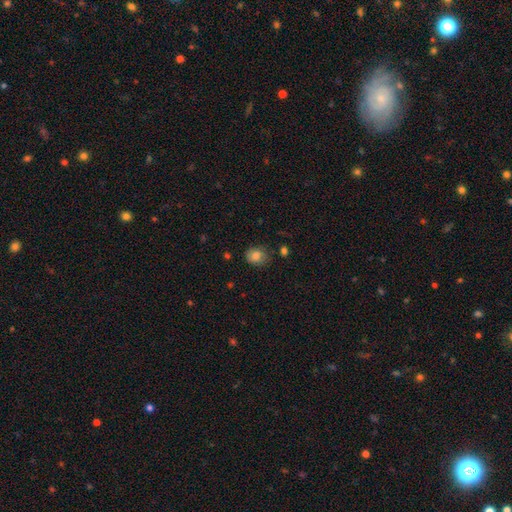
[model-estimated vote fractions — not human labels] smooth 82%, star or artifact 9%, featured or disk 8%. Down the decision tree: how rounded — round (59%); merging — none (75%).